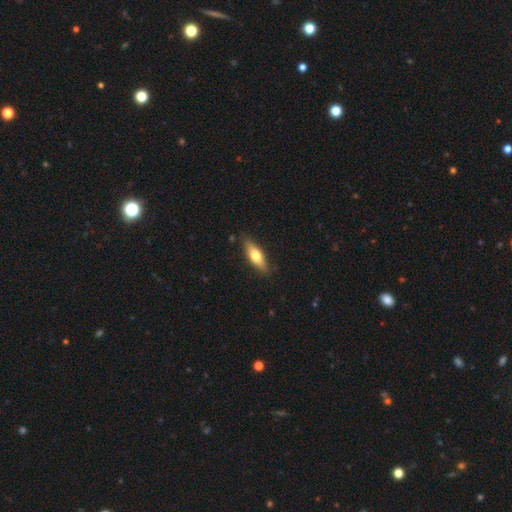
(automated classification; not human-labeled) Smooth or featured? smooth (59%)
How rounded? in between (51%)
Merging? none (84%)